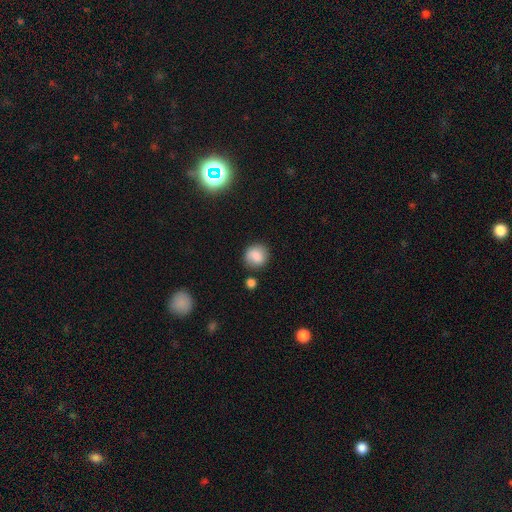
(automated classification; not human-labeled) Smooth or featured: smooth — 84% (star or artifact — 9%)
How rounded: round — 84% (in between — 15%)
Merging: none — 77% (minor disturbance — 14%)